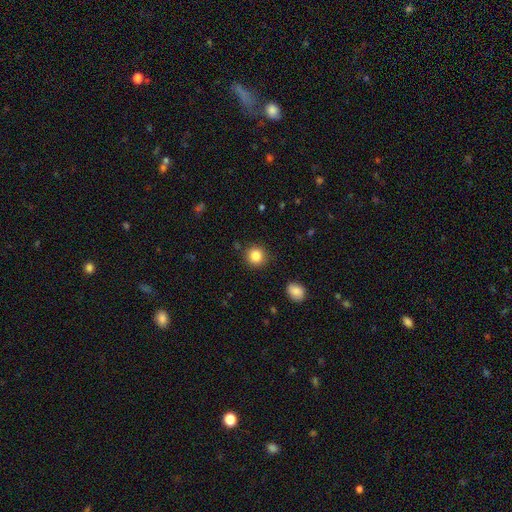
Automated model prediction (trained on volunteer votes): smooth-or-featured: smooth: 85% | star or artifact: 10% | featured or disk: 5%
  how-rounded: round: 92% | in between: 7% | cigar-shaped: 1%
  merging: none: 88% | minor disturbance: 8% | major disturbance: 2% | merger: 2%